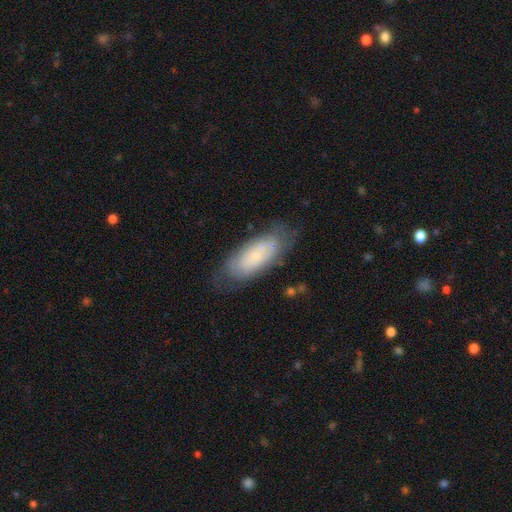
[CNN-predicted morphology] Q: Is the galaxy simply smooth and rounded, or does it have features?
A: smooth — 58%.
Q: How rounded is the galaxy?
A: in between — 80%.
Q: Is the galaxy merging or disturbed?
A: none — 68%.